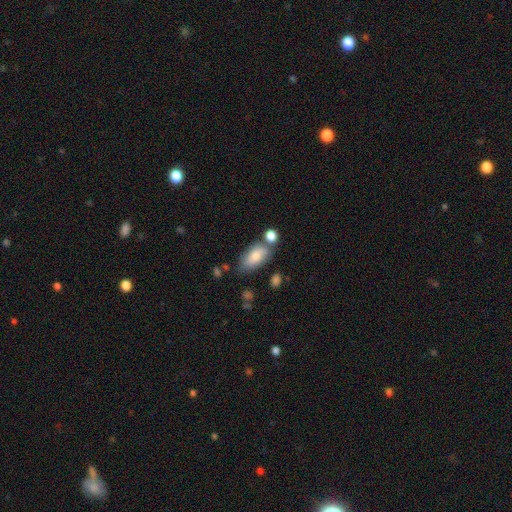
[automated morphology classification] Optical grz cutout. It shows a smooth galaxy with no disk features (81%) that is in between round and cigar-shaped (90%). Merging: none (58%).